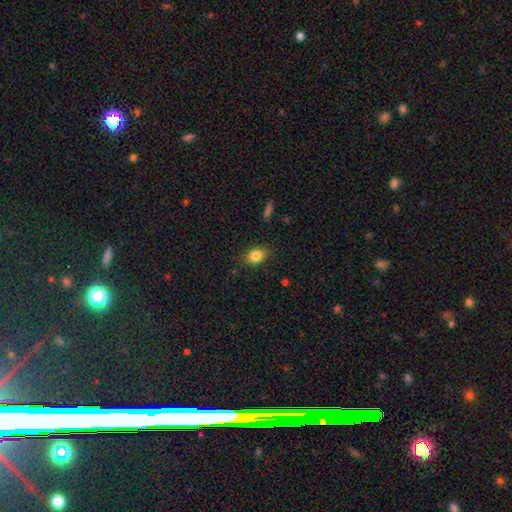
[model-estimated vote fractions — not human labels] Smooth or featured? Predicted: smooth (p=0.83). How rounded? Predicted: in between (p=0.70). Merging? Predicted: none (p=0.82).